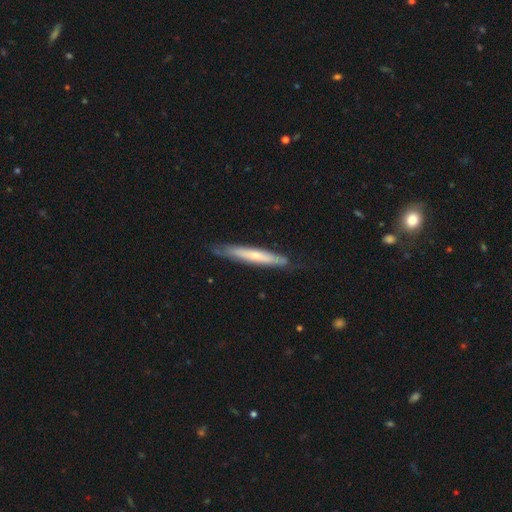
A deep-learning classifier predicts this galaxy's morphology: Smooth or featured? Predicted: featured or disk (p=0.48). Merging? Predicted: none (p=0.78).